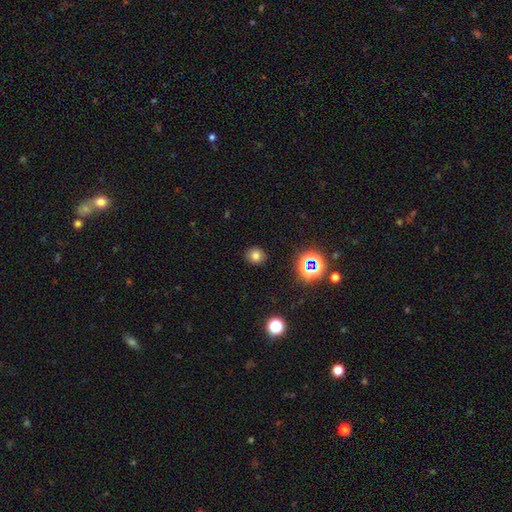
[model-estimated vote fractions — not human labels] Smooth or featured? smooth (74%)
How rounded? round (85%)
Merging? none (89%)